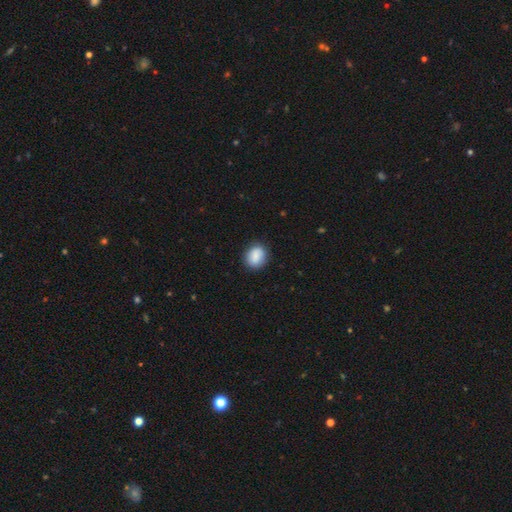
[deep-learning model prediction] A smooth galaxy with no disk features (85%) that is round (55%).

Vote fractions:
- Smooth or featured? smooth: 85% / featured or disk: 8% / star or artifact: 7%
- How rounded? round: 55% / in between: 43% / cigar-shaped: 1%
- Merging? none: 84% / minor disturbance: 12% / major disturbance: 3% / merger: 1%